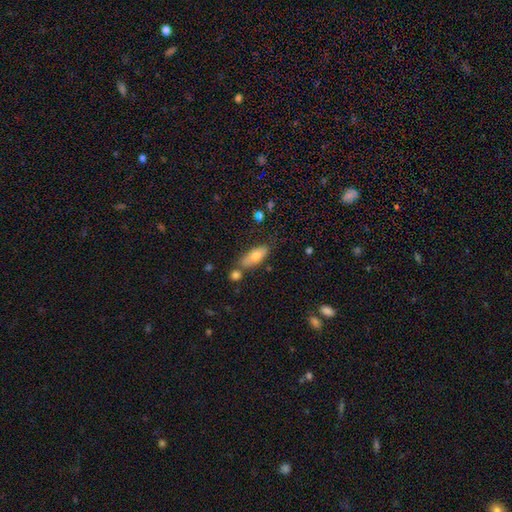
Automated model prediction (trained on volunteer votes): Morphology: type=smooth (75%); roundness=in between (71%); merging=none (63%).